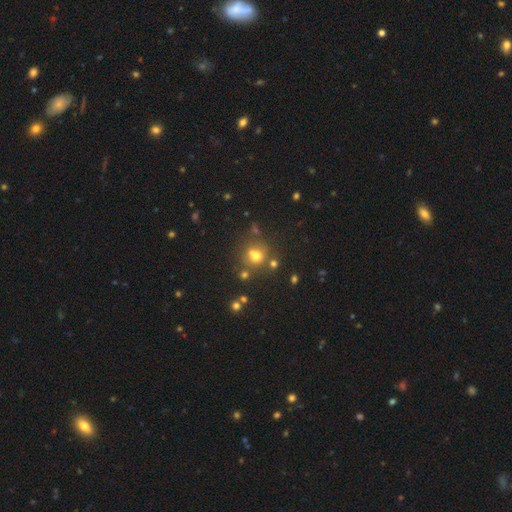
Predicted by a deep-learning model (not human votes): A smooth galaxy with no disk features (64%) that is round (83%).

Vote fractions:
- Smooth or featured? smooth: 64% / star or artifact: 22% / featured or disk: 14%
- How rounded? round: 83% / in between: 16% / cigar-shaped: 1%
- Merging? none: 60% / merger: 23% / minor disturbance: 11% / major disturbance: 5%